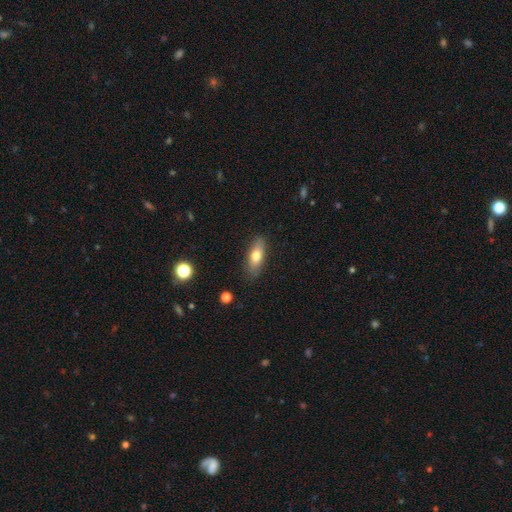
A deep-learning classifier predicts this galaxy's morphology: Smooth or featured? Predicted: smooth (p=0.71). How rounded? Predicted: in between (p=0.71). Merging? Predicted: none (p=0.84).